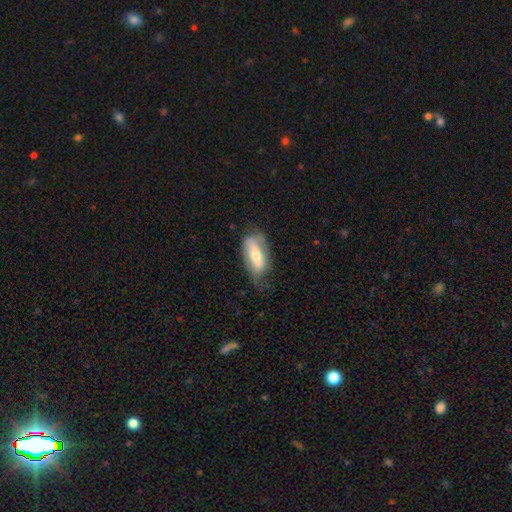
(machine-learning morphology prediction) smooth_or_featured: smooth (p=0.50) [alt: featured or disk p=0.43]
merging: none (p=0.55) [alt: minor disturbance p=0.30]